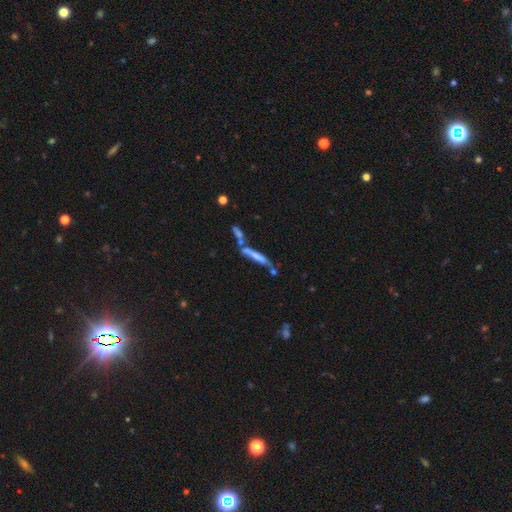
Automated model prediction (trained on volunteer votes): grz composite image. It shows a smooth galaxy with no disk features (51%) that is cigar-shaped (91%). Merging: none (45%).